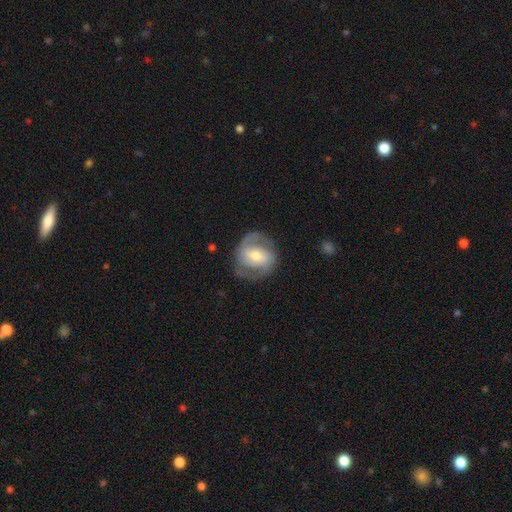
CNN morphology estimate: featured or disk 79%, smooth 16%, star or artifact 5%. Down the decision tree: edge-on disk — no (97%); bar — weak (45%); spiral arms — yes (91%); spiral arm count — 2 (88%); spiral winding — medium (51%); bulge size — moderate (62%); merging — none (76%).